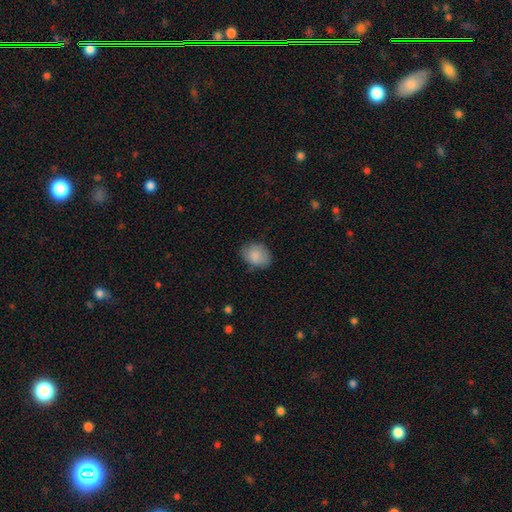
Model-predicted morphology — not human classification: A smooth galaxy with no disk features (86%) that is in between round and cigar-shaped (71%).

Vote fractions:
- Smooth or featured? smooth: 86% / star or artifact: 7% / featured or disk: 7%
- How rounded? in between: 71% / round: 28% / cigar-shaped: 1%
- Merging? none: 75% / minor disturbance: 19% / major disturbance: 4% / merger: 1%